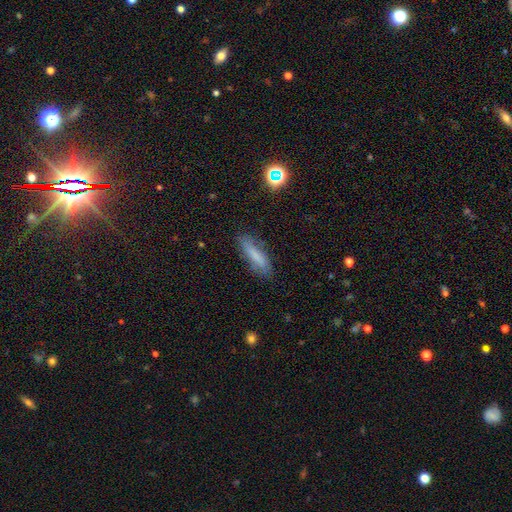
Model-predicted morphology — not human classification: A smooth galaxy with no disk features (70%) that is cigar-shaped (68%).

Vote fractions:
- Smooth or featured? smooth: 70% / featured or disk: 19% / star or artifact: 10%
- How rounded? cigar-shaped: 68% / in between: 29% / round: 2%
- Merging? none: 77% / minor disturbance: 17% / major disturbance: 4% / merger: 2%